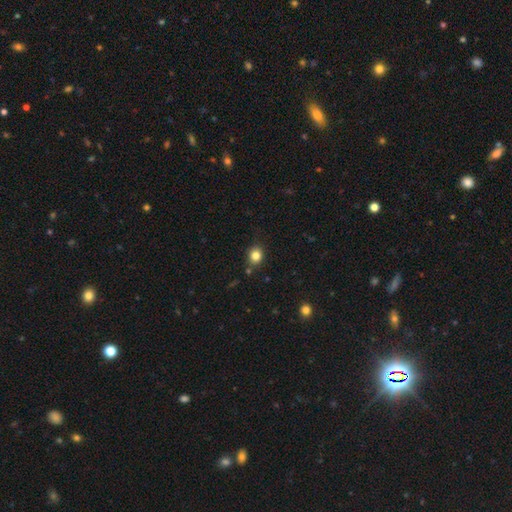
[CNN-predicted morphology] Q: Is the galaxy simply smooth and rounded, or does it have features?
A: smooth — 82%.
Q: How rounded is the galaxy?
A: round — 75%.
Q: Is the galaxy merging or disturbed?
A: none — 82%.